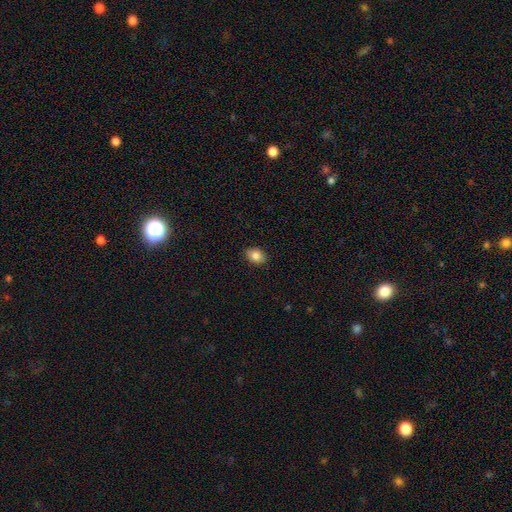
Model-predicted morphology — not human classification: This appears to be a smooth galaxy with no disk features (84%) that is in between round and cigar-shaped (72%). Merging: none (88%).